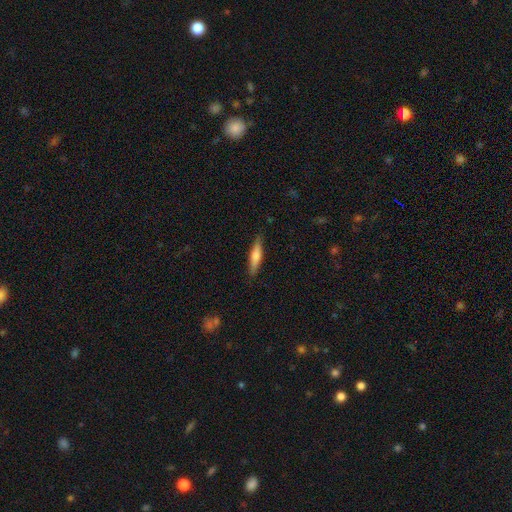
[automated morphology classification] smooth 64%, featured or disk 31%, star or artifact 6%. Down the decision tree: how rounded — cigar-shaped (82%); merging — none (87%).